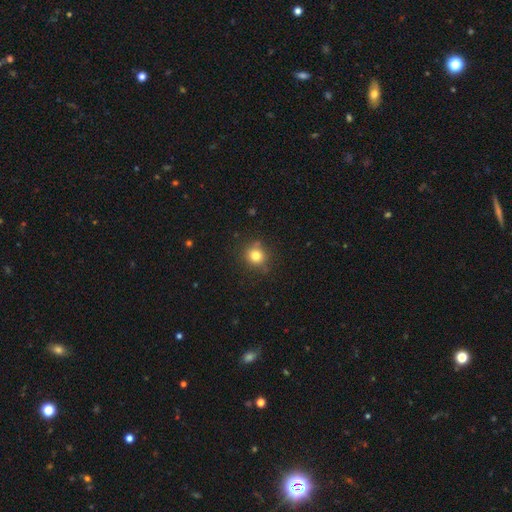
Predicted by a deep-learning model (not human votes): smooth-or-featured: smooth: 80% | star or artifact: 13% | featured or disk: 7%
  how-rounded: round: 89% | in between: 10% | cigar-shaped: 1%
  merging: none: 81% | minor disturbance: 12% | merger: 3% | major disturbance: 3%